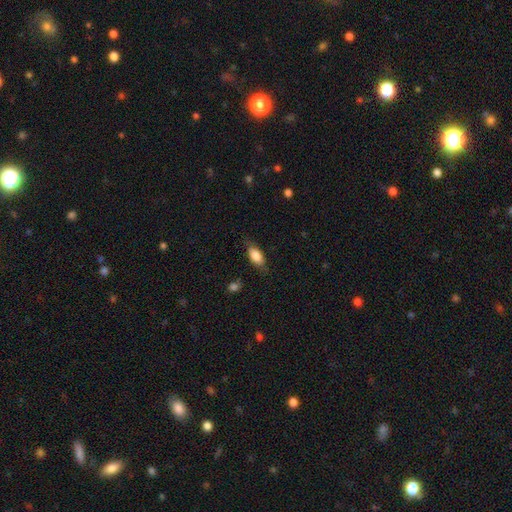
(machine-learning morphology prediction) smooth 79%, featured or disk 15%, star or artifact 7%. Down the decision tree: how rounded — in between (84%); merging — none (74%).